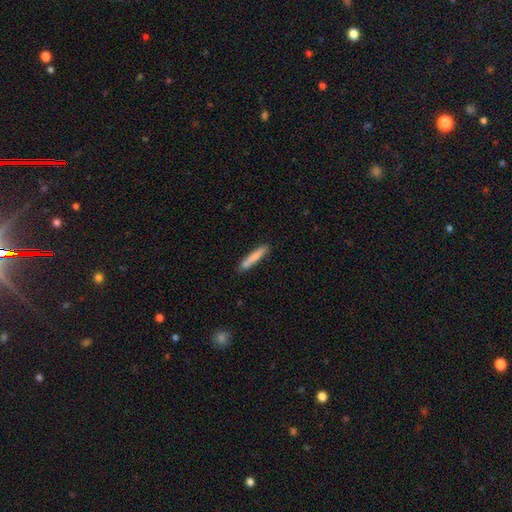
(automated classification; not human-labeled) The model was most divided on "smooth or featured": smooth: 76%, featured or disk: 18%, star or artifact: 6%. More confident: how rounded — cigar-shaped (94%); merging — none (85%).